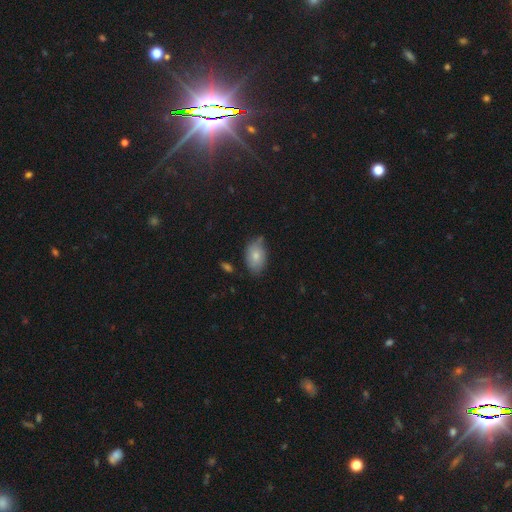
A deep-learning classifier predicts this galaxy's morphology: A smooth galaxy with no disk features (77%) that is in between round and cigar-shaped (88%). Merging: none (62%).